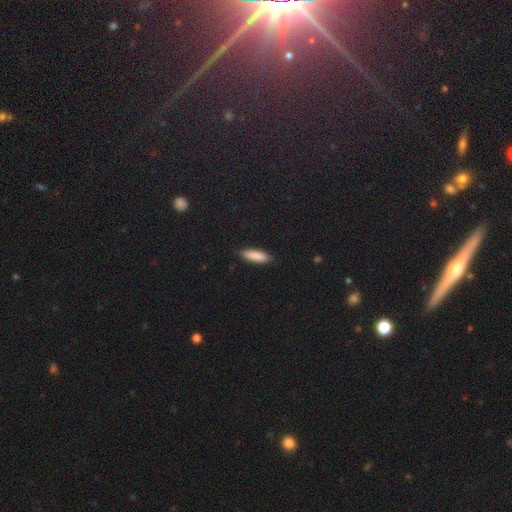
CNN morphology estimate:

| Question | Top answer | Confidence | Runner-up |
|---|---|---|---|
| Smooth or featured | smooth | 87% | featured or disk (7%) |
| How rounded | cigar-shaped | 56% | in between (43%) |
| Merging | none | 87% | minor disturbance (10%) |